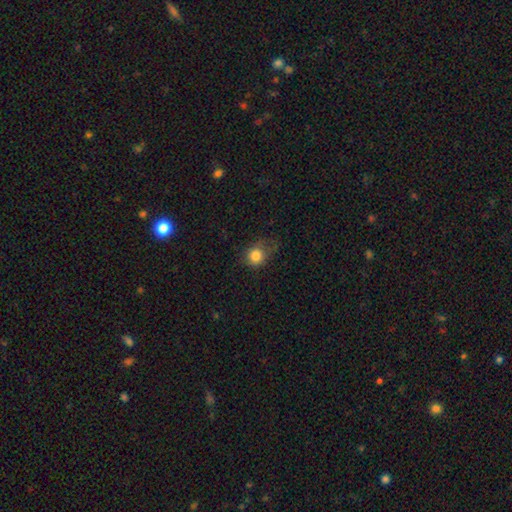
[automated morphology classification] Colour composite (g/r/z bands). It shows a smooth galaxy with no disk features (82%) that is round (77%). Merging: none (56%).